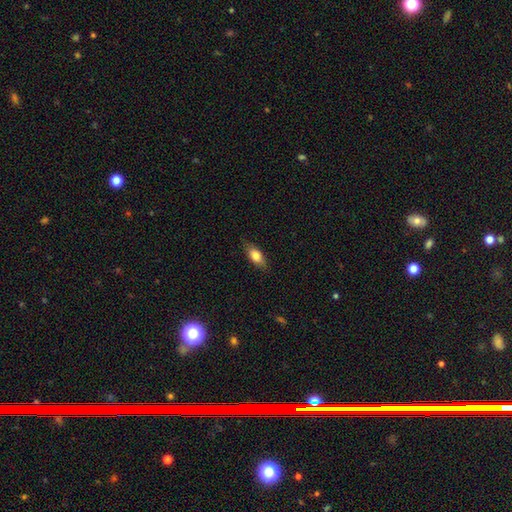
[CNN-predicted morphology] Smooth or featured?
  - smooth: 78% *
  - featured or disk: 15%
  - star or artifact: 7%
How rounded?
  - in between: 81% *
  - cigar-shaped: 14%
  - round: 4%
Merging?
  - none: 81% *
  - minor disturbance: 15%
  - major disturbance: 3%
  - merger: 1%